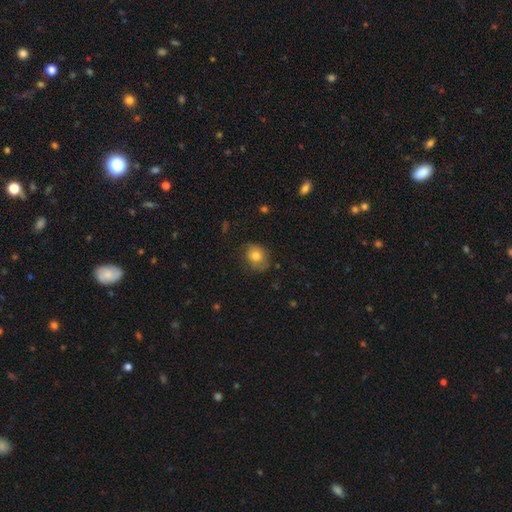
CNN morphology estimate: smooth_or_featured: smooth (p=0.76) [alt: featured or disk p=0.15]
how_rounded: round (p=0.59) [alt: in between p=0.40]
merging: none (p=0.73) [alt: minor disturbance p=0.20]